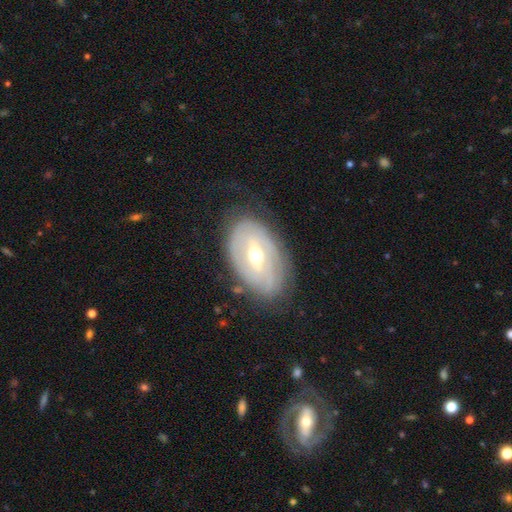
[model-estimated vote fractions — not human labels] smooth_or_featured: featured or disk (p=0.75) [alt: smooth p=0.19]
disk_edge_on: no (p=0.93) [alt: yes p=0.07]
bar: weak (p=0.45) [alt: strong p=0.31]
has_spiral_arms: yes (p=0.71) [alt: no p=0.29]
bulge_size: moderate (p=0.71) [alt: small p=0.22]
merging: none (p=0.75) [alt: minor disturbance p=0.18]